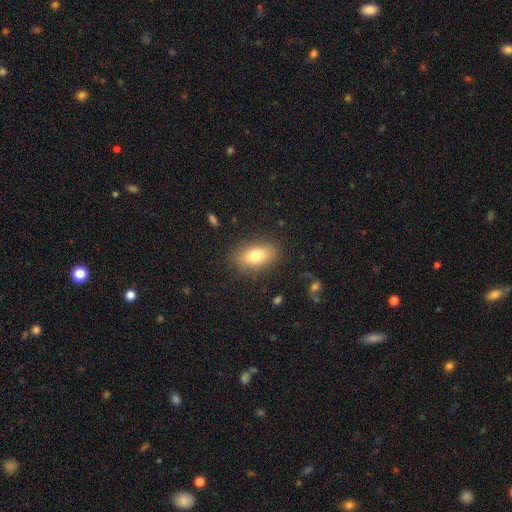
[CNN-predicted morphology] This appears to be a smooth galaxy with no disk features (78%) that is in between round and cigar-shaped (87%). Merging: none (84%).